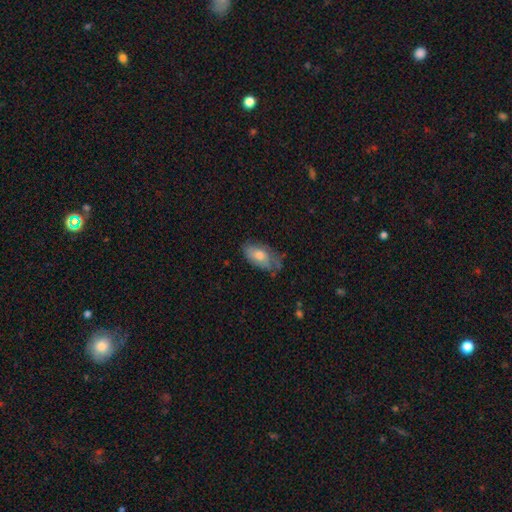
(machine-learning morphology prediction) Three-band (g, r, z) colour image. It shows a smooth galaxy with no disk features (50%). Merging: none (64%).